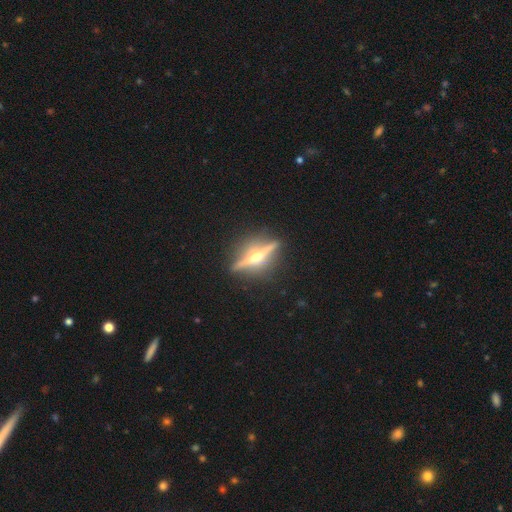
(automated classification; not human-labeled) Overall: featured or disk (84%). Edge-on disk: yes (96%). Edge-on bulge: rounded (94%). Merging: none (86%).